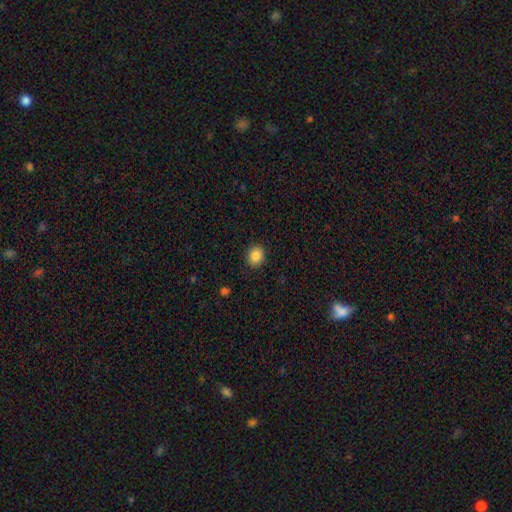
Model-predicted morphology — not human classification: Smooth or featured?
  - smooth: 87% *
  - star or artifact: 9%
  - featured or disk: 4%
How rounded?
  - round: 58% *
  - in between: 41%
  - cigar-shaped: 1%
Merging?
  - none: 90% *
  - minor disturbance: 7%
  - major disturbance: 2%
  - merger: 1%